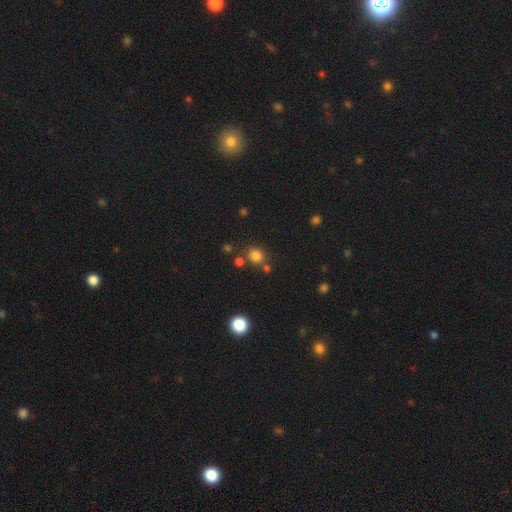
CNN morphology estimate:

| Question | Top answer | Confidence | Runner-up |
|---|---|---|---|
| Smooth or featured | smooth | 78% | star or artifact (16%) |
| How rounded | round | 81% | in between (18%) |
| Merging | none | 74% | merger (12%) |